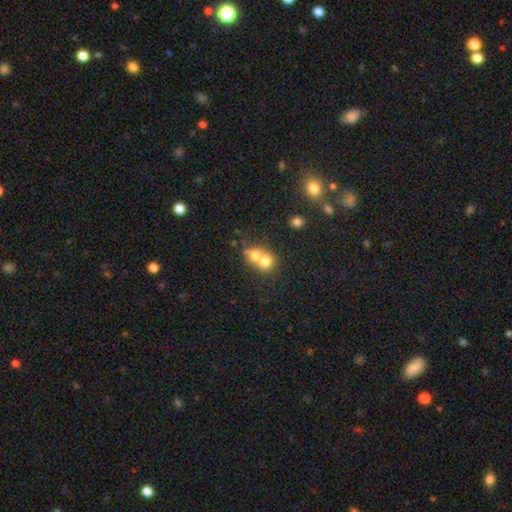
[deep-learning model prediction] Smooth or featured?
  - smooth: 71% *
  - featured or disk: 18%
  - star or artifact: 11%
How rounded?
  - round: 70% *
  - in between: 28%
  - cigar-shaped: 1%
Merging?
  - merger: 67% *
  - none: 24%
  - minor disturbance: 6%
  - major disturbance: 3%